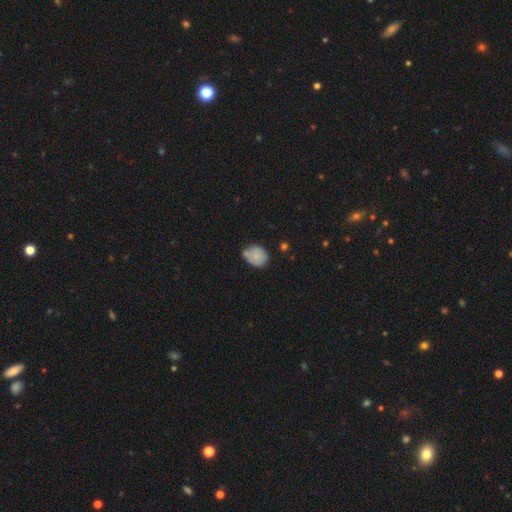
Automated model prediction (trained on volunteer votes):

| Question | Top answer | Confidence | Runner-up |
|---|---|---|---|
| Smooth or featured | smooth | 80% | featured or disk (11%) |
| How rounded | round | 57% | in between (42%) |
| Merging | none | 54% | minor disturbance (27%) |